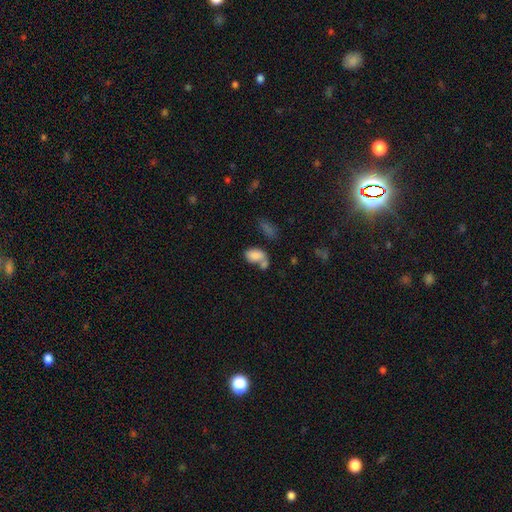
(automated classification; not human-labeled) Smooth or featured? Predicted: smooth (p=0.82). How rounded? Predicted: in between (p=0.87). Merging? Predicted: merger (p=0.46).